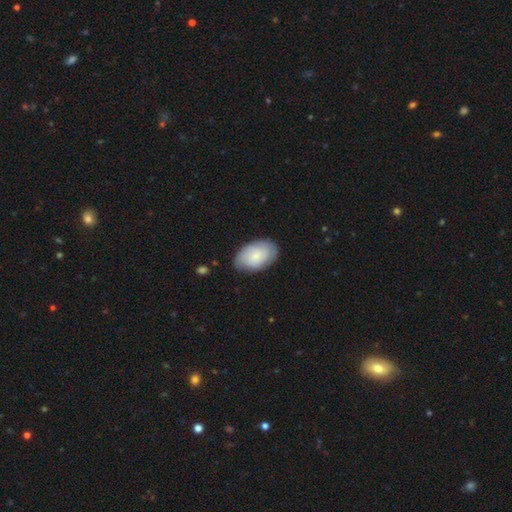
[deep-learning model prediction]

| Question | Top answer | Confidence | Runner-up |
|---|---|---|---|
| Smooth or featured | smooth | 70% | featured or disk (25%) |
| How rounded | in between | 93% | round (6%) |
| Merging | none | 79% | minor disturbance (17%) |